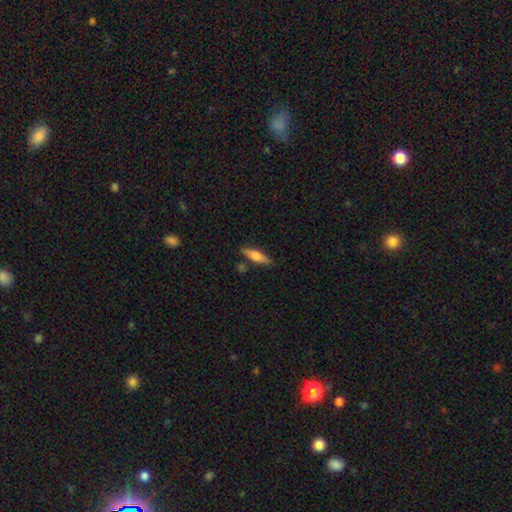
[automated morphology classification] This is likely a smooth galaxy (62%). How rounded: likely cigar-shaped (67%). Merging: likely none (79%).